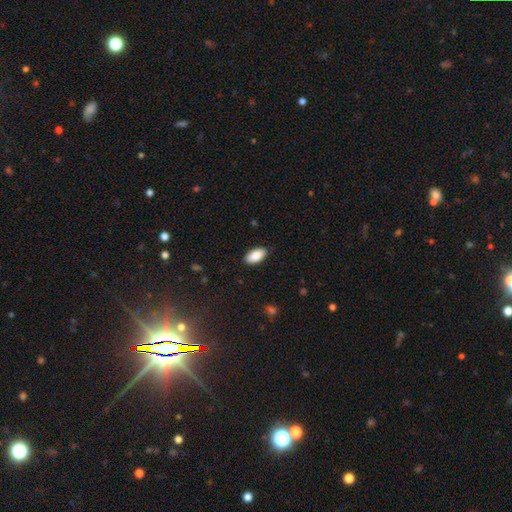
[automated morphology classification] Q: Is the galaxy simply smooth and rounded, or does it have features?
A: smooth — 87%.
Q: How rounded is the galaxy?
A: in between — 94%.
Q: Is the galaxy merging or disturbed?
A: none — 87%.